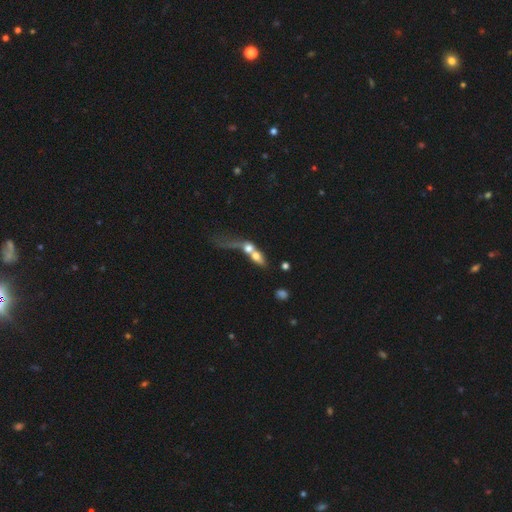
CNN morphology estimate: smooth-or-featured: smooth: 56% | featured or disk: 34% | star or artifact: 11%
  how-rounded: in between: 49% | round: 28% | cigar-shaped: 22%
  merging: merger: 73% | major disturbance: 12% | none: 9% | minor disturbance: 5%